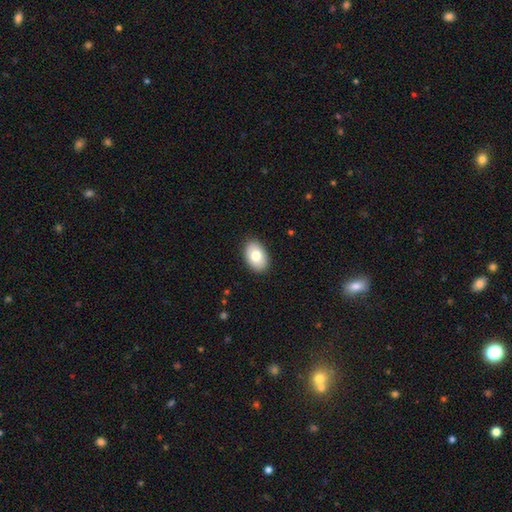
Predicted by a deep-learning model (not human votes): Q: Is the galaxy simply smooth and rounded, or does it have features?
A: smooth — 77%.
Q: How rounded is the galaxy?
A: in between — 90%.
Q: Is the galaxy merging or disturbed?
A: none — 89%.